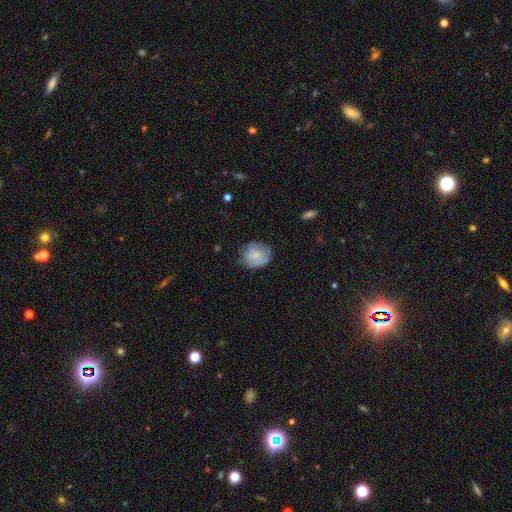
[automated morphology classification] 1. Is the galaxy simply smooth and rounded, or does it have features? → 68% smooth, 25% featured or disk, 7% star or artifact.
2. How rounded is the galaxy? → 70% round, 29% in between, 1% cigar-shaped.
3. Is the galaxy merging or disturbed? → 66% none, 25% minor disturbance, 8% major disturbance, 1% merger.